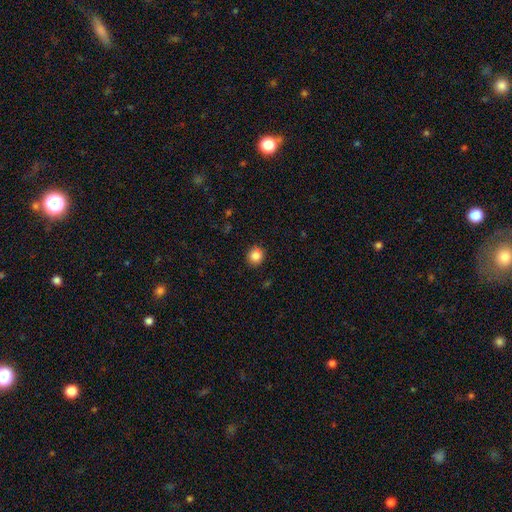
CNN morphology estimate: smooth 85%, star or artifact 10%, featured or disk 5%. Down the decision tree: how rounded — round (87%); merging — none (89%).